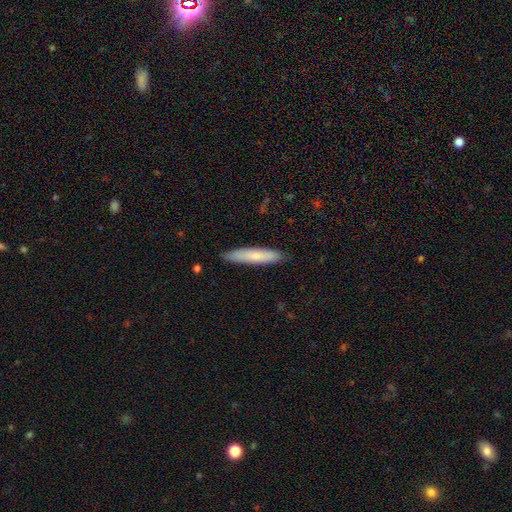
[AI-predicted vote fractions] Morphology: type=smooth (69%); roundness=cigar-shaped (89%); merging=none (87%).